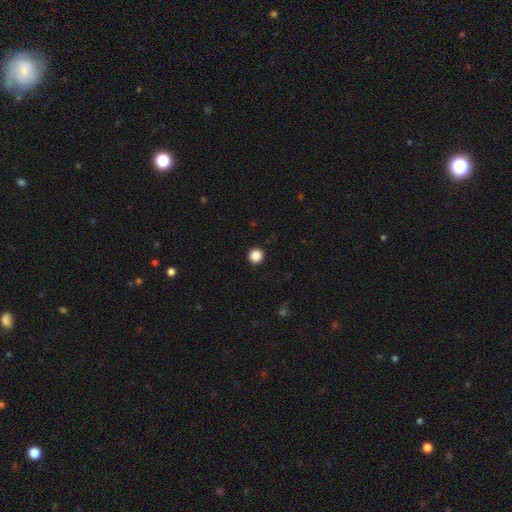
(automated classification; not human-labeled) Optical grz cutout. It shows a smooth galaxy with no disk features (86%) that is round (96%). Merging: none (94%).